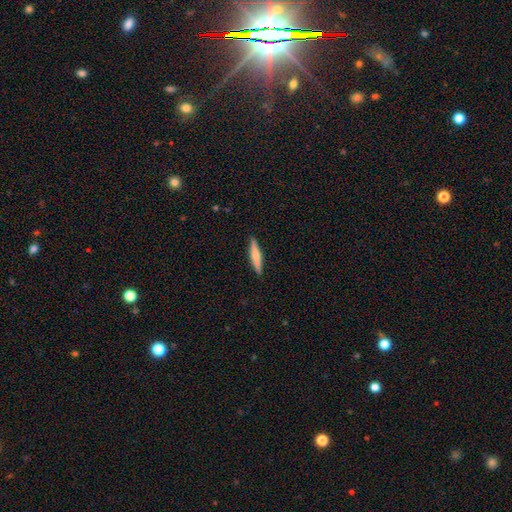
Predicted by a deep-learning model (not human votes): Smooth or featured?
  - smooth: 56% *
  - featured or disk: 39%
  - star or artifact: 5%
How rounded?
  - cigar-shaped: 89% *
  - in between: 9%
  - round: 2%
Merging?
  - none: 90% *
  - minor disturbance: 7%
  - major disturbance: 1%
  - merger: 1%